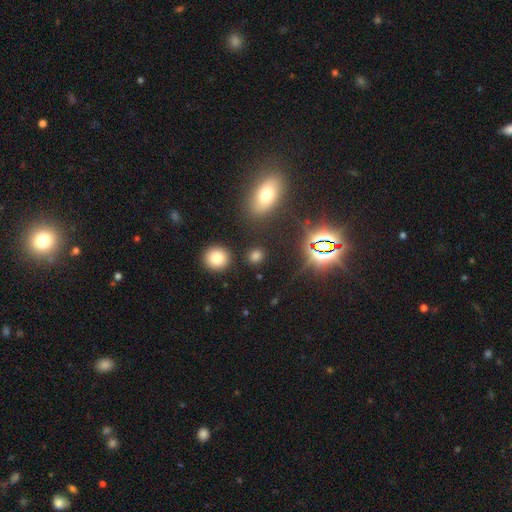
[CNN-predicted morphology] The model was most divided on "smooth or featured": smooth: 65%, star or artifact: 29%, featured or disk: 7%. More confident: merging — none (84%); how rounded — round (78%).